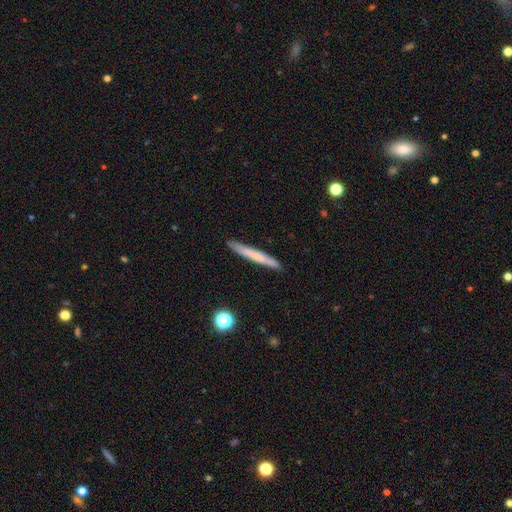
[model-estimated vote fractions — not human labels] A smooth galaxy with no disk features (62%) that is cigar-shaped (96%). Merging: none (90%).